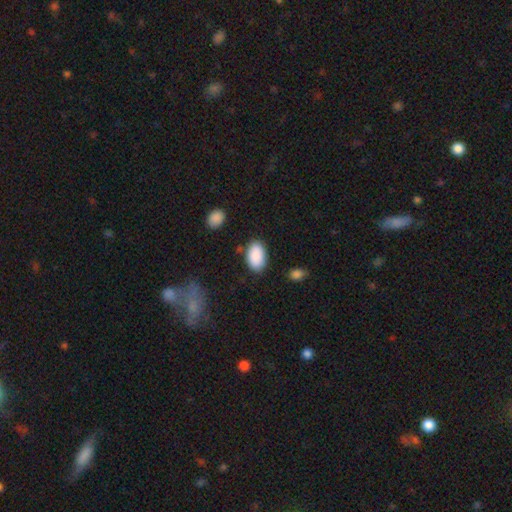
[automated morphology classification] Smooth or featured? Predicted: smooth (p=0.90). How rounded? Predicted: in between (p=0.93). Merging? Predicted: none (p=0.83).